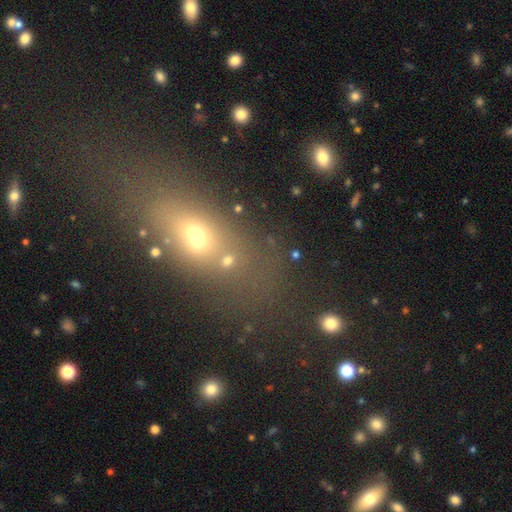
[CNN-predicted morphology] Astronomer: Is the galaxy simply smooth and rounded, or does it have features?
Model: smooth — 51% (runner-up: star or artifact, 28%).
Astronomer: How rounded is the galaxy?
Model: in between — 56%.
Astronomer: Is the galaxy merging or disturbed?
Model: none — 64%.